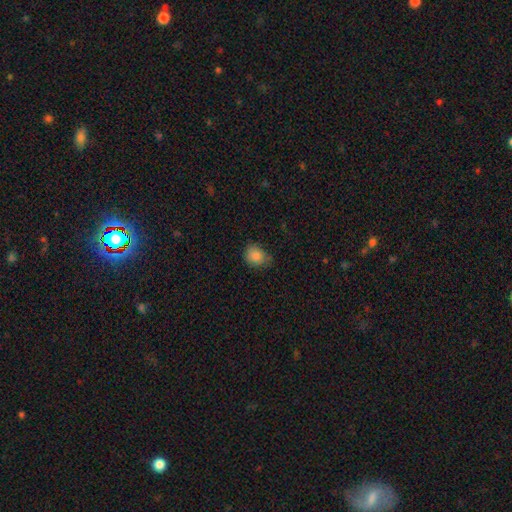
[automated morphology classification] Smooth or featured? Predicted: smooth (p=0.85). How rounded? Predicted: round (p=0.60). Merging? Predicted: none (p=0.65).